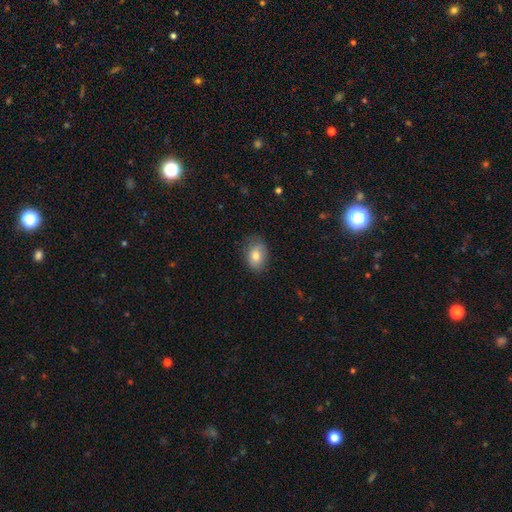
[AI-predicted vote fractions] The model was most divided on "merging": none: 75%, minor disturbance: 19%, major disturbance: 5%, merger: 1%. More confident: smooth or featured — smooth (80%); how rounded — in between (80%).